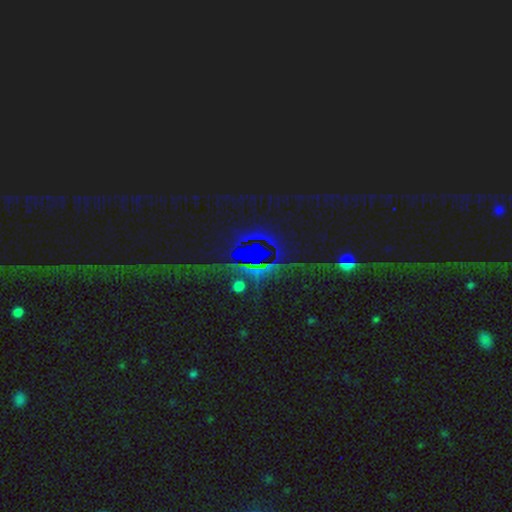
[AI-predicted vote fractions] star or artifact 85%, featured or disk 8%, smooth 7%.